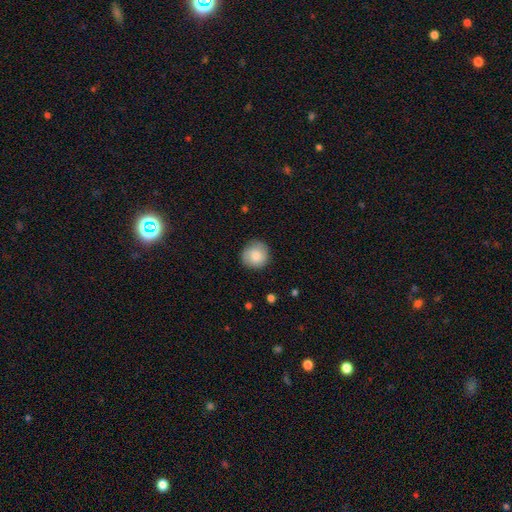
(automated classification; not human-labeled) A smooth galaxy with no disk features (79%) that is round (92%).

Vote fractions:
- Smooth or featured? smooth: 79% / featured or disk: 14% / star or artifact: 7%
- How rounded? round: 92% / in between: 7% / cigar-shaped: 1%
- Merging? none: 83% / minor disturbance: 13% / major disturbance: 3% / merger: 1%